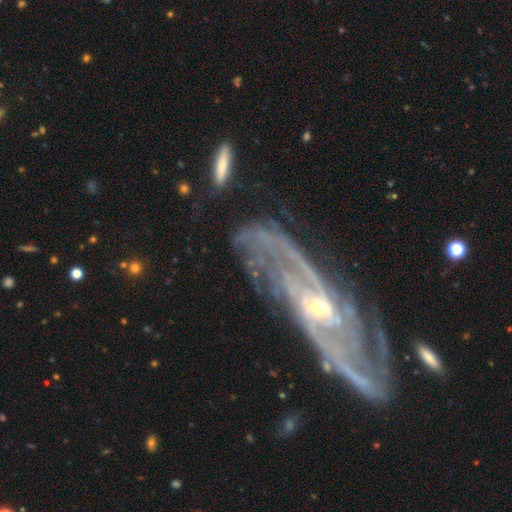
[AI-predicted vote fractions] Morphology: type=featured or disk (89%); edge-on=no (89%); bar=no (45%); spiral arms=yes (97%); winding=tight (42%, tied with medium); arm count=2 (39%); bulge=small (66%); merging=none (68%).